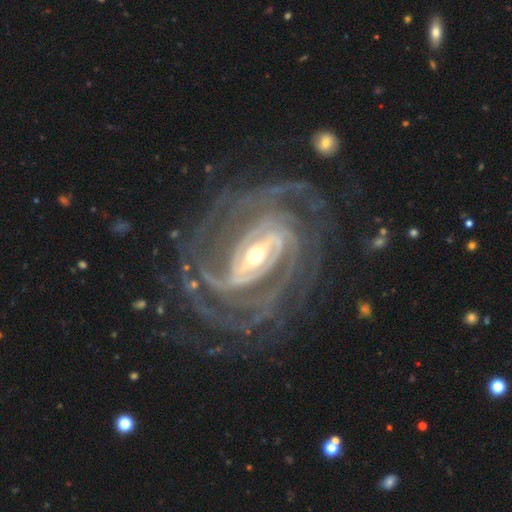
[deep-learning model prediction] featured or disk 93%, star or artifact 4%, smooth 3%. Down the decision tree: edge-on disk — no (97%); bar — strong (60%); spiral arms — yes (98%); spiral arm count — 4 (25%); spiral winding — tight (72%); bulge size — moderate (51%); merging — none (75%).